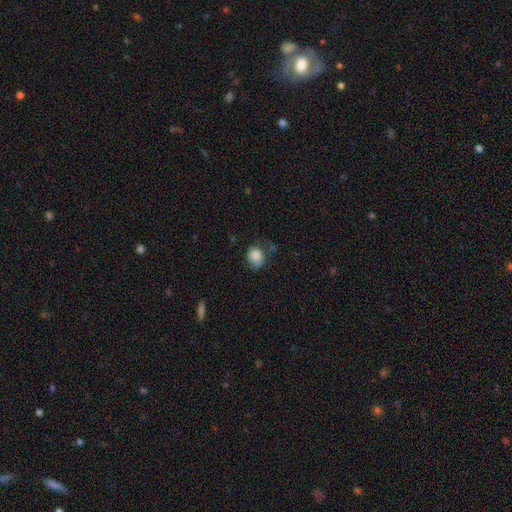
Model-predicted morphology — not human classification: Smooth or featured: smooth — 85% (star or artifact — 9%)
How rounded: round — 58% (in between — 41%)
Merging: none — 55% (minor disturbance — 31%)